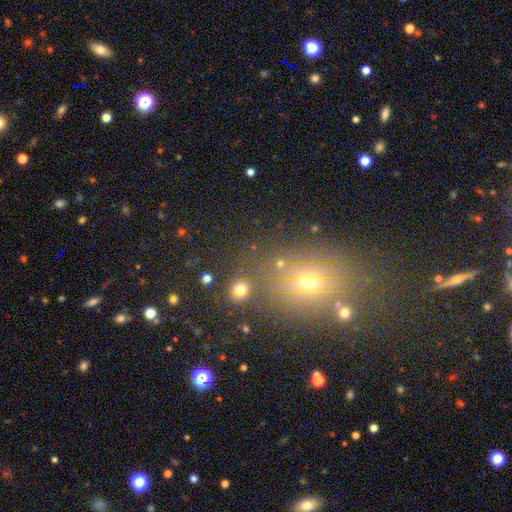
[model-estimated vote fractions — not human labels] Morphology: type=smooth (45%); merging=none (73%).